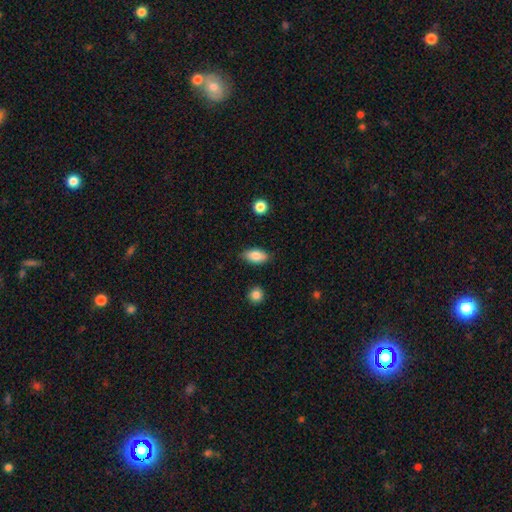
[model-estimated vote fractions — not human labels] A smooth galaxy with no disk features (84%) that is in between round and cigar-shaped (90%). Merging: none (84%).